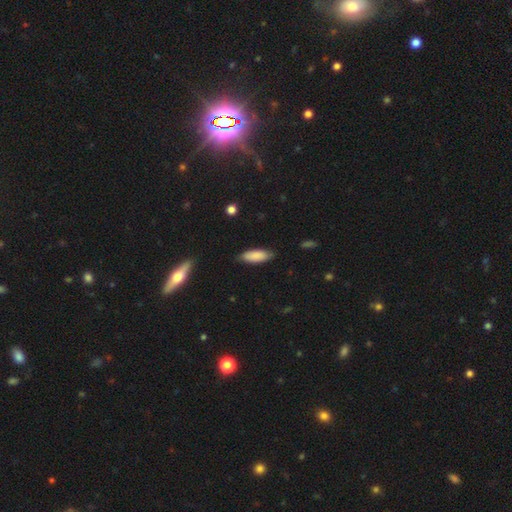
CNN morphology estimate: Smooth or featured? Predicted: smooth (p=0.86). How rounded? Predicted: in between (p=0.70). Merging? Predicted: none (p=0.81).